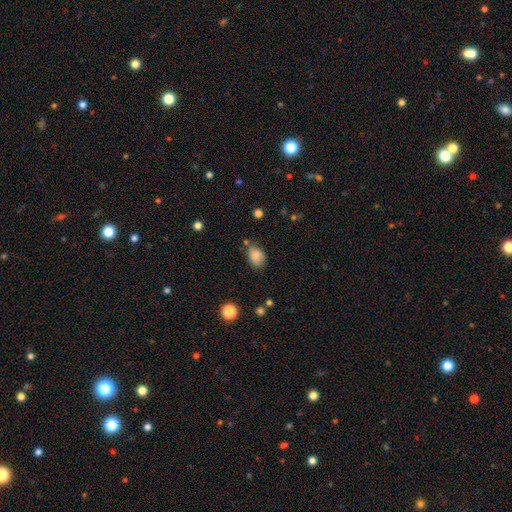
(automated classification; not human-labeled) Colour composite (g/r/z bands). It shows a smooth galaxy with no disk features (83%) that is in between round and cigar-shaped (78%). Merging: none (58%).